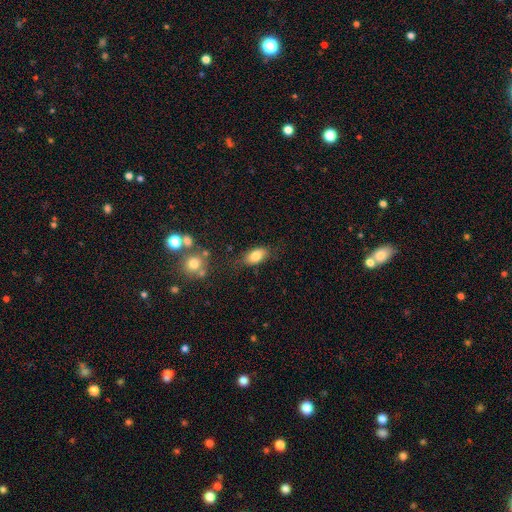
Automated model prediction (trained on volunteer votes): A smooth galaxy with no disk features (80%) that is in between round and cigar-shaped (88%).

Vote fractions:
- Smooth or featured? smooth: 80% / featured or disk: 11% / star or artifact: 8%
- How rounded? in between: 88% / cigar-shaped: 6% / round: 6%
- Merging? none: 75% / minor disturbance: 17% / major disturbance: 5% / merger: 3%